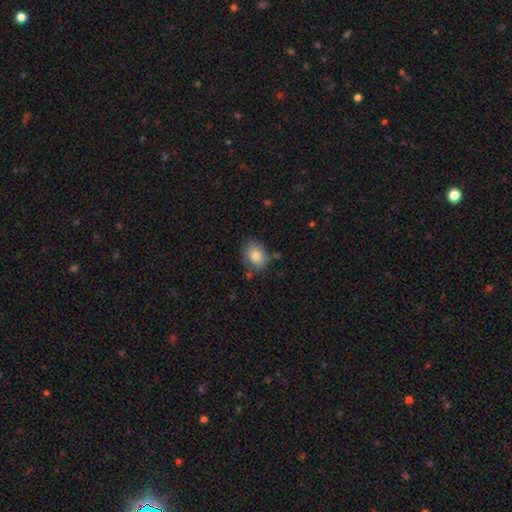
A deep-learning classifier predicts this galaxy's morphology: This is clearly a smooth galaxy (81%). How rounded: possibly in between (59%). Merging: likely none (73%).